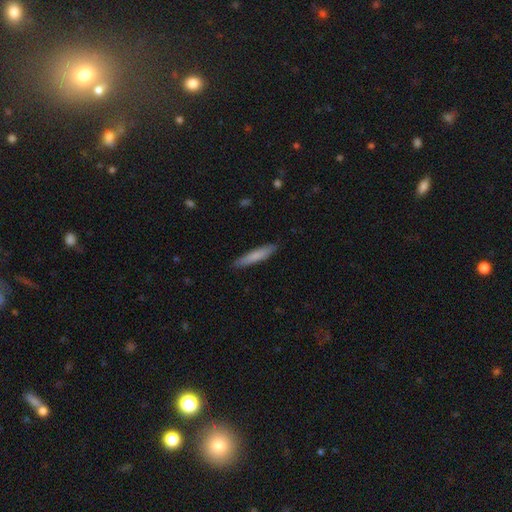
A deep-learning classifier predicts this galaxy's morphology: Smooth or featured? Predicted: smooth (p=0.76). How rounded? Predicted: cigar-shaped (p=0.91). Merging? Predicted: none (p=0.88).